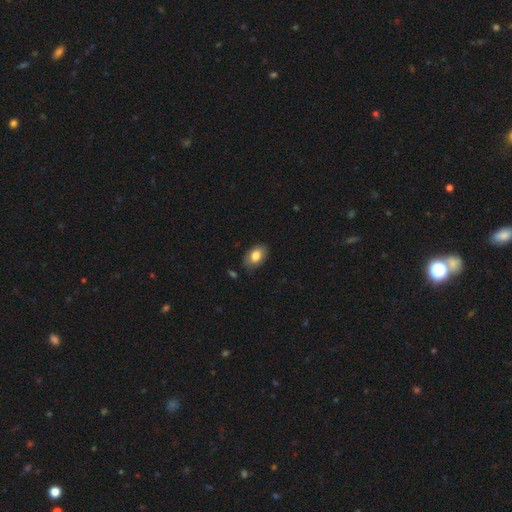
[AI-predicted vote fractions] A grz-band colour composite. It shows a smooth galaxy with no disk features (80%) that is in between round and cigar-shaped (88%). Merging: none (81%).